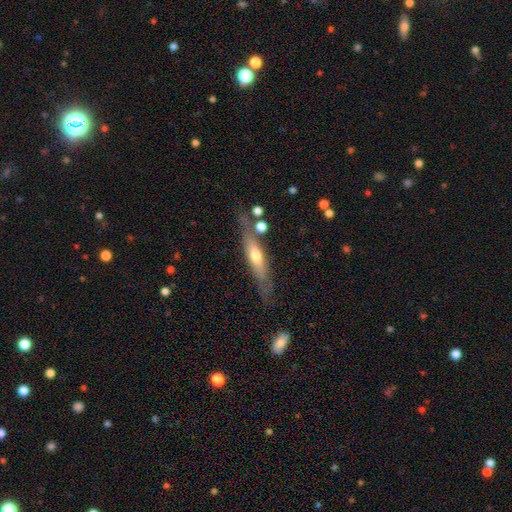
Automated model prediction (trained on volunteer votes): A featured or disk galaxy (54%) viewed edge-on (79%).

Vote fractions:
- Smooth or featured? featured or disk: 54% / smooth: 39% / star or artifact: 6%
- Edge-on disk? yes: 79% / no: 21%
- Merging? none: 69% / minor disturbance: 17% / merger: 7% / major disturbance: 6%